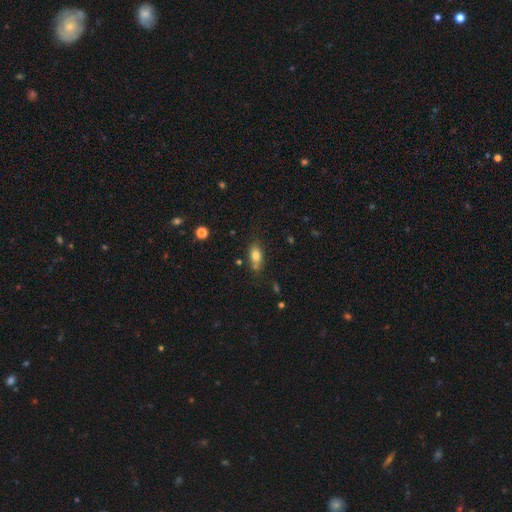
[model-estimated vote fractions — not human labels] smooth 76%, featured or disk 15%, star or artifact 9%. Down the decision tree: how rounded — in between (82%); merging — none (69%).